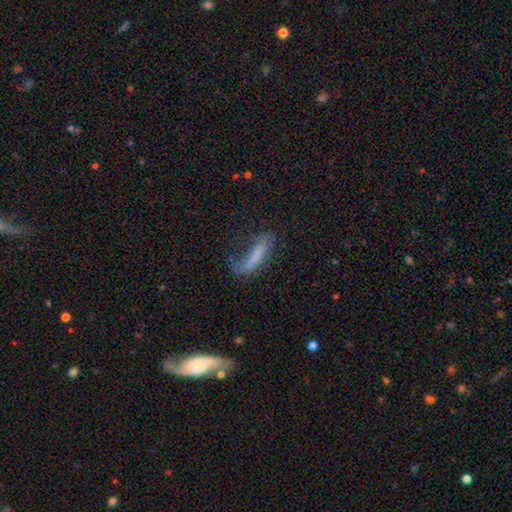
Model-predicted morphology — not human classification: Smooth or featured? Predicted: smooth (p=0.61). How rounded? Predicted: cigar-shaped (p=0.75). Merging? Predicted: none (p=0.37).